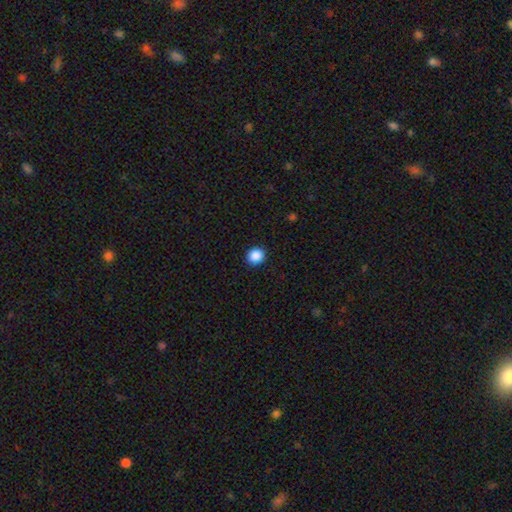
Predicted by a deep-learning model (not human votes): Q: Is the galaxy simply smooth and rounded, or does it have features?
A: smooth — 88%.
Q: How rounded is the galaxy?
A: round — 86%.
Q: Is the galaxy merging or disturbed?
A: none — 91%.